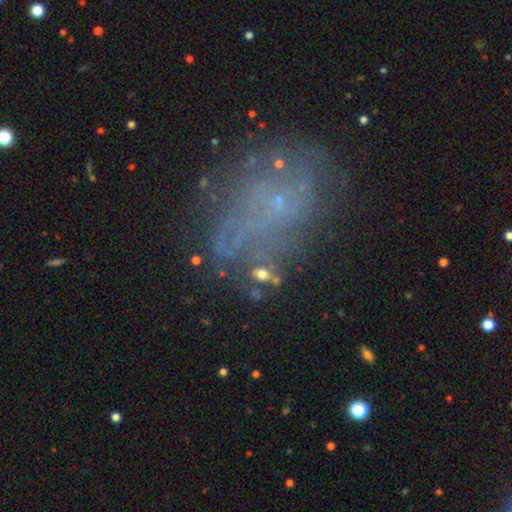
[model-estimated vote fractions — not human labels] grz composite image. It shows a featured or disk galaxy (47%). Merging: none (56%).